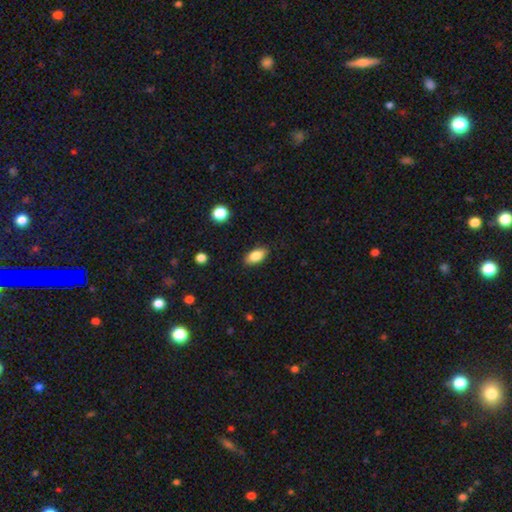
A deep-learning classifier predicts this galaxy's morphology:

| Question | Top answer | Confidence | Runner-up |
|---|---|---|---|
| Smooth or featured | smooth | 83% | featured or disk (9%) |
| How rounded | in between | 89% | cigar-shaped (6%) |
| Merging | none | 87% | minor disturbance (10%) |